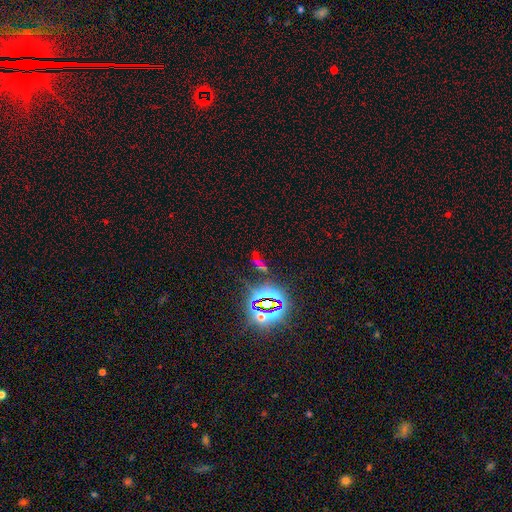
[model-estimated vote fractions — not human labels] Overall: star or artifact (63%; smooth 25%).